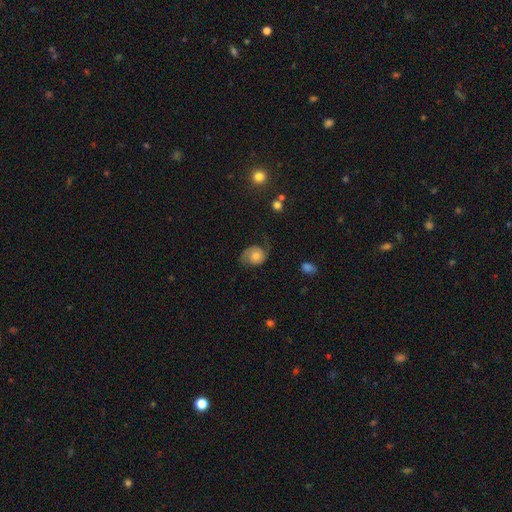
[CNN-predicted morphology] Q: Smooth or featured?
A: featured or disk (57%); runner-up: smooth (34%)
Q: Edge-on disk?
A: no (97%); runner-up: yes (3%)
Q: Bar?
A: no (78%); runner-up: weak (19%)
Q: Spiral arms?
A: yes (89%); runner-up: no (11%)
Q: Bulge size?
A: moderate (55%); runner-up: small (32%)
Q: Merging?
A: none (58%); runner-up: minor disturbance (24%)